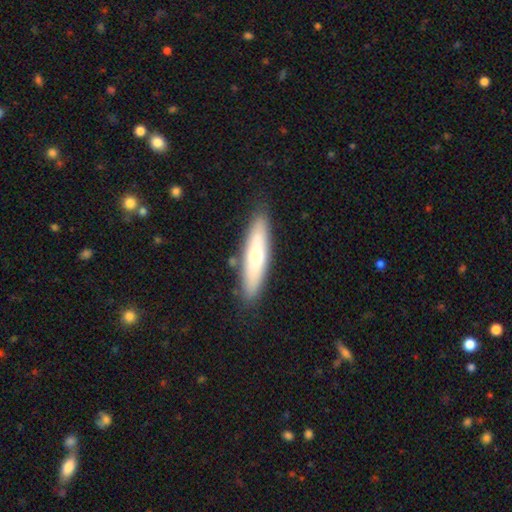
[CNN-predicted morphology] Q: Smooth or featured?
A: smooth (55%); runner-up: featured or disk (39%)
Q: How rounded?
A: cigar-shaped (68%); runner-up: in between (30%)
Q: Merging?
A: none (85%); runner-up: minor disturbance (10%)